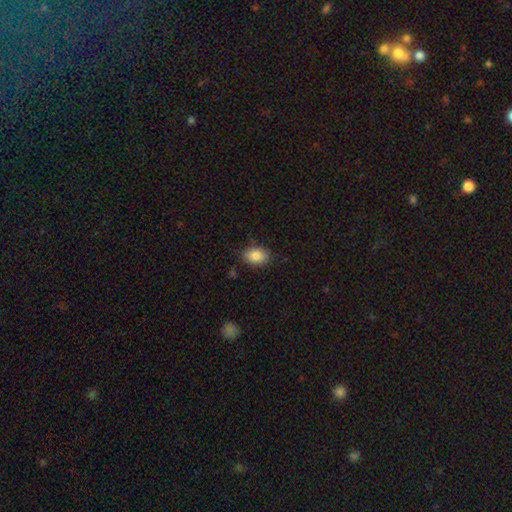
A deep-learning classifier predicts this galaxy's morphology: type=smooth (86%); roundness=in between (82%); merging=none (83%).